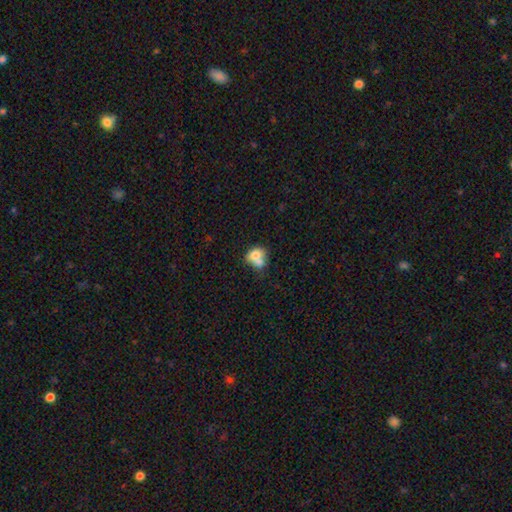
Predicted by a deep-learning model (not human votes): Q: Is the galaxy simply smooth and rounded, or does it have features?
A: smooth — 71%.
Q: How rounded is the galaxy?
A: round — 58%.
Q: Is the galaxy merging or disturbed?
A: merger — 54%.